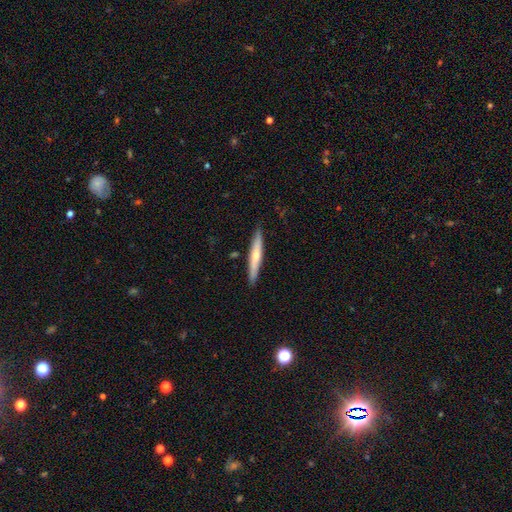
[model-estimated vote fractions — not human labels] This is possibly a smooth galaxy (53%). How rounded: clearly cigar-shaped (93%). Merging: clearly none (88%).